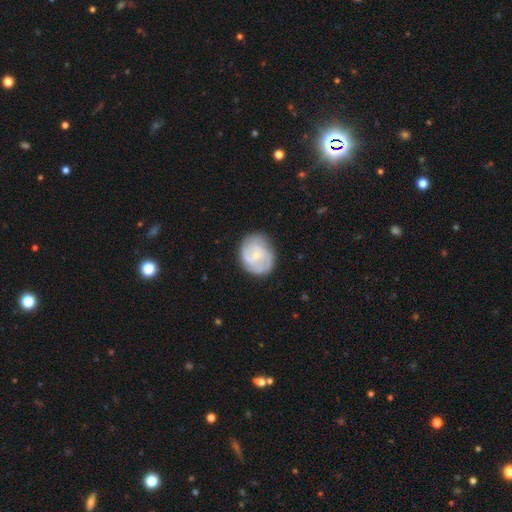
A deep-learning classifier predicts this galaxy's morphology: The model was most divided on "smooth or featured": featured or disk: 60%, smooth: 34%, star or artifact: 6%. More confident: edge-on disk — no (98%); spiral arms — yes (74%); bulge size — small (71%); merging — none (69%); bar — no (66%).